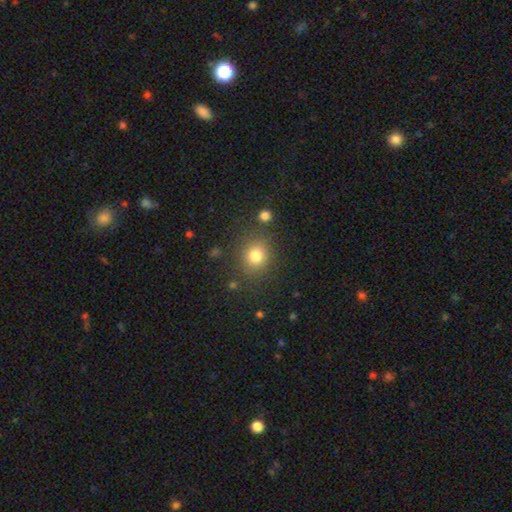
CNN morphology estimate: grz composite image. It shows a smooth galaxy with no disk features (80%) that is round (76%). Merging: none (82%).